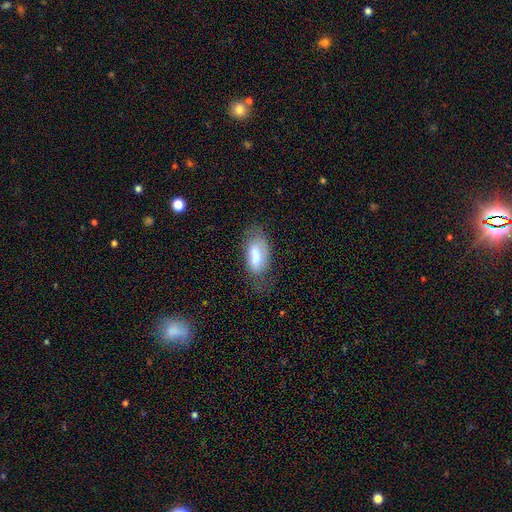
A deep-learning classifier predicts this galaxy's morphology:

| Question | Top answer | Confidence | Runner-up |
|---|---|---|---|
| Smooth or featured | smooth | 74% | featured or disk (19%) |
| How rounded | in between | 88% | cigar-shaped (9%) |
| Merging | none | 49% | minor disturbance (30%) |